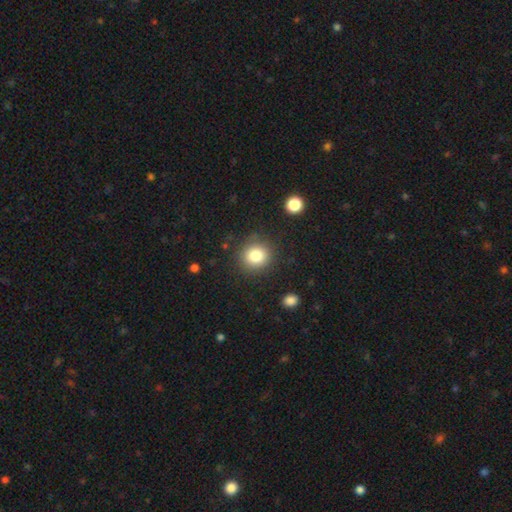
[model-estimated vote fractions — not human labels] smooth-or-featured: smooth: 83% | star or artifact: 11% | featured or disk: 7%
  how-rounded: round: 85% | in between: 14% | cigar-shaped: 1%
  merging: none: 86% | minor disturbance: 9% | major disturbance: 4% | merger: 2%